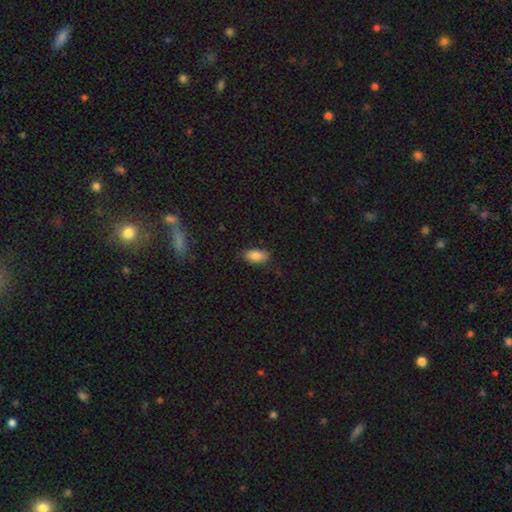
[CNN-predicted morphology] Overall: smooth (84%). How rounded: in between (91%). Merging: none (78%).